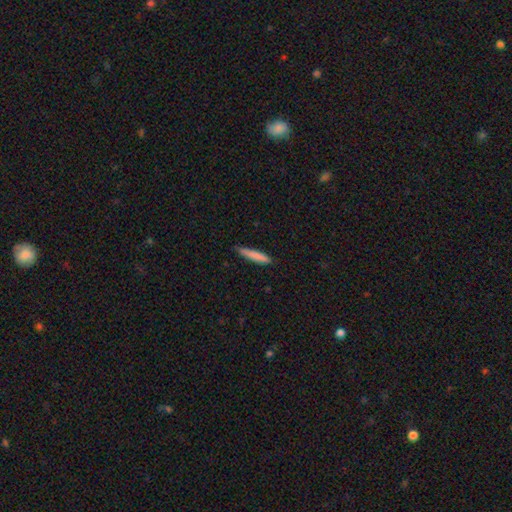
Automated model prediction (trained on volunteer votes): Smooth or featured?
  - smooth: 82% *
  - featured or disk: 12%
  - star or artifact: 6%
How rounded?
  - cigar-shaped: 90% *
  - in between: 8%
  - round: 1%
Merging?
  - none: 83% *
  - minor disturbance: 14%
  - major disturbance: 2%
  - merger: 1%